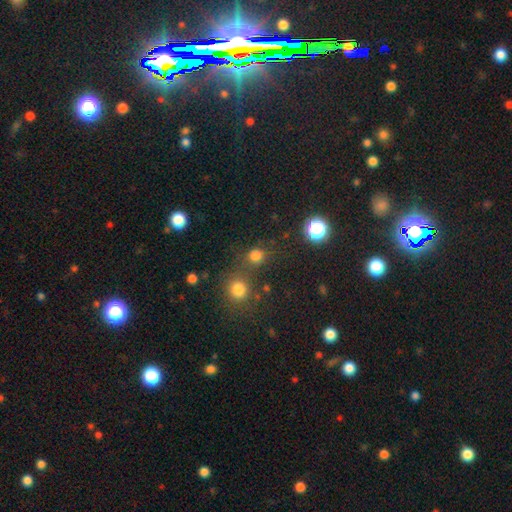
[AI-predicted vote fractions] Smooth or featured? Predicted: smooth (p=0.76). How rounded? Predicted: round (p=0.86). Merging? Predicted: none (p=0.67).